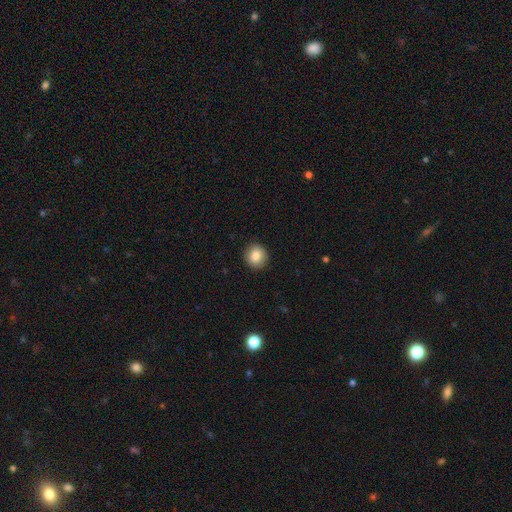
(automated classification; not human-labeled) Morphology: type=smooth (85%); roundness=round (89%); merging=none (91%).